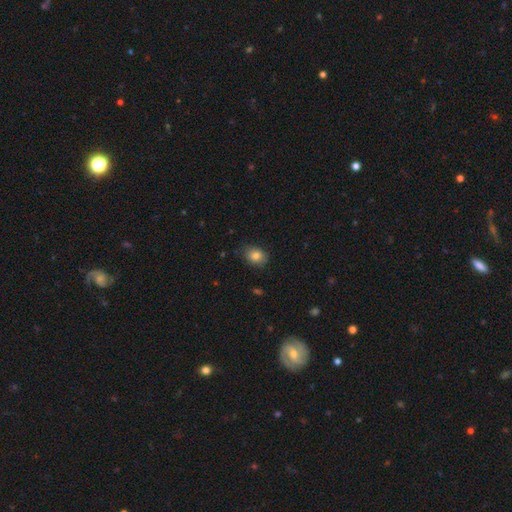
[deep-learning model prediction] Morphology: type=smooth (83%); roundness=in between (56%); merging=none (80%).